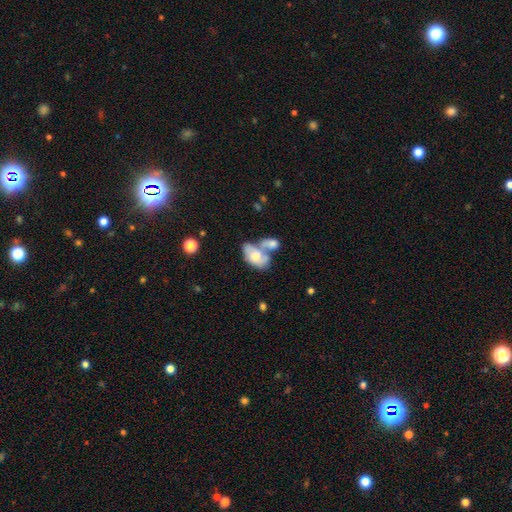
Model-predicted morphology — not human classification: A smooth galaxy with no disk features (58%) that is in between round and cigar-shaped (90%).

Vote fractions:
- Smooth or featured? smooth: 58% / featured or disk: 35% / star or artifact: 7%
- How rounded? in between: 90% / round: 8% / cigar-shaped: 2%
- Merging? merger: 58% / none: 21% / minor disturbance: 12% / major disturbance: 8%